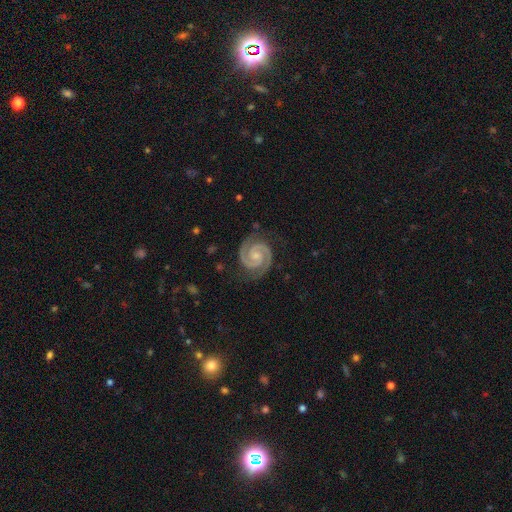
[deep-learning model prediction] Morphology: type=featured or disk (94%); edge-on=no (99%); bar=no (65%); spiral arms=yes (99%); winding=tight (68%); arm count=2 (94%); bulge=small (54%); merging=none (84%).